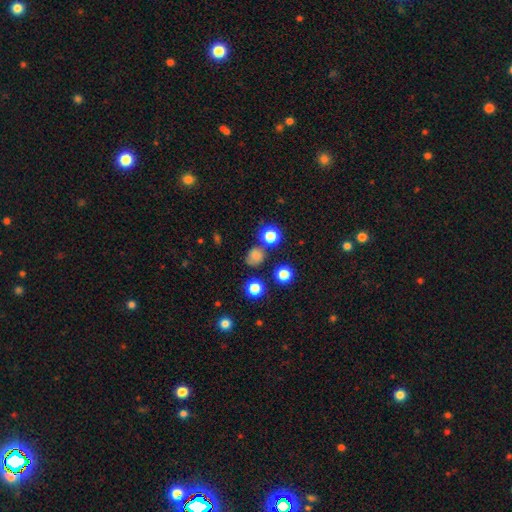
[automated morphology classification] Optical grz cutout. It shows a smooth galaxy with no disk features (73%) that is round (75%). Merging: none (68%).